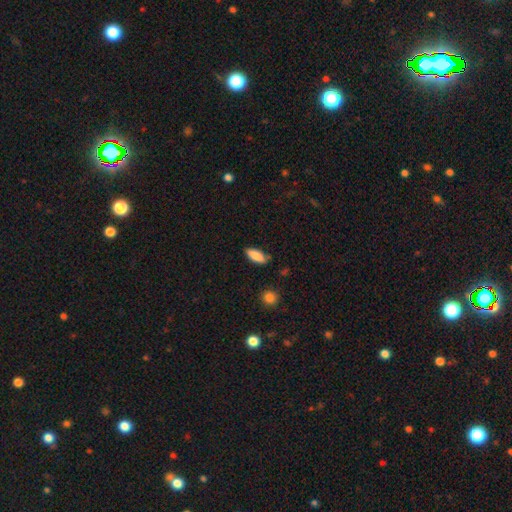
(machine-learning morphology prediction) Smooth or featured?
  - smooth: 86% *
  - featured or disk: 8%
  - star or artifact: 7%
How rounded?
  - in between: 75% *
  - cigar-shaped: 23%
  - round: 2%
Merging?
  - none: 77% *
  - minor disturbance: 18%
  - major disturbance: 3%
  - merger: 2%